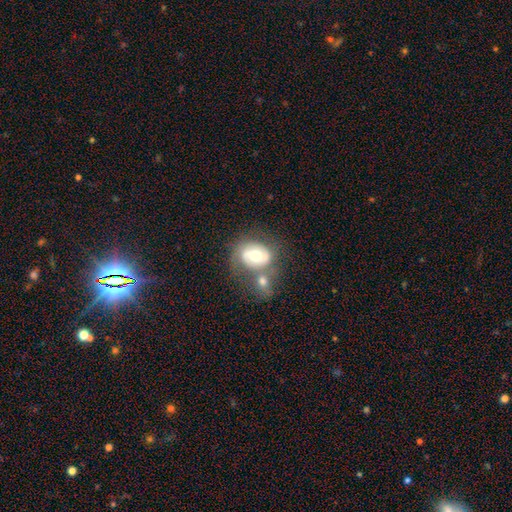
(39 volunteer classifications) Smooth or featured?
  - featured or disk: 62% *
  - smooth: 33%
  - star or artifact: 5%
Edge-on disk?
  - no: 92% *
  - yes: 8%
Bar?
  - no: 50% *
  - weak: 36%
  - strong: 14%
Spiral arms?
  - yes: 59% *
  - no: 41%
Spiral winding?
  - tight: 46% *
  - medium: 31%
  - loose: 23%
Spiral arm count?
  - 2: 62% *
  - 1: 23%
  - can't tell: 15%
  - 3: 0%
  - 4: 0%
  - more than 4: 0%
Bulge size?
  - moderate: 82% *
  - large: 9%
  - small: 9%
  - dominant: 0%
  - none: 0%
Merging?
  - merger: 38% *
  - none: 27%
  - minor disturbance: 22%
  - major disturbance: 14%